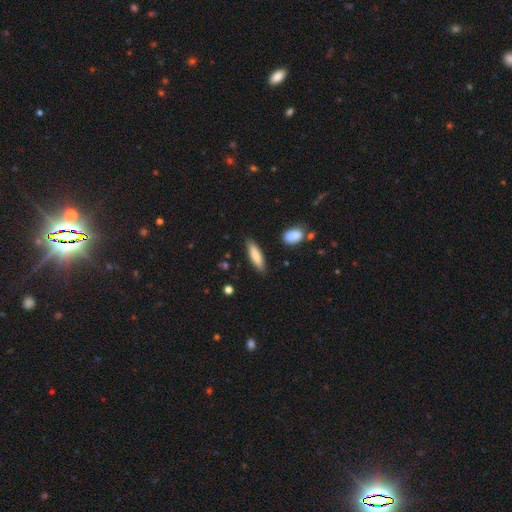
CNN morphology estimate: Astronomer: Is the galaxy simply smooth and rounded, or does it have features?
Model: smooth — 82%.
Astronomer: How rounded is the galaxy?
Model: cigar-shaped — 63%.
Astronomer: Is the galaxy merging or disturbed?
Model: none — 86%.